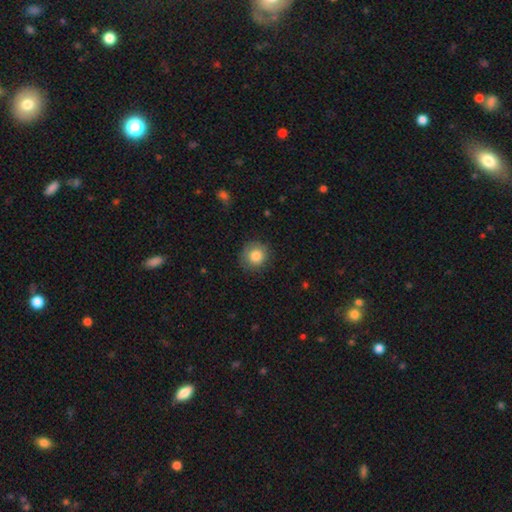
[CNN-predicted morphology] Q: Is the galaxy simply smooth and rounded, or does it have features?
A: smooth — 83%.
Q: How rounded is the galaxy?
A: round — 89%.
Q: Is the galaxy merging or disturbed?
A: none — 80%.